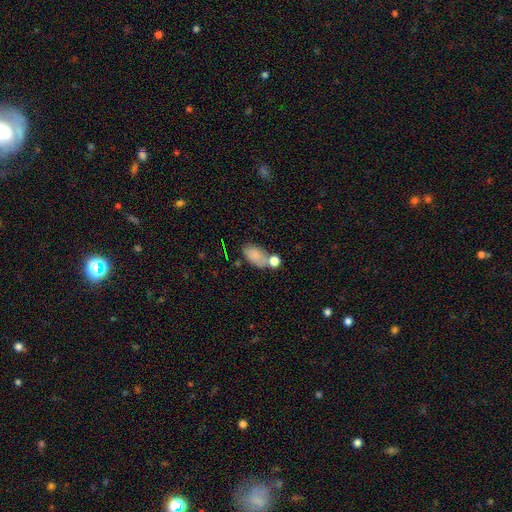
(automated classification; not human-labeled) Smooth or featured?
  - smooth: 77% *
  - featured or disk: 14%
  - star or artifact: 9%
How rounded?
  - in between: 89% *
  - round: 8%
  - cigar-shaped: 3%
Merging?
  - none: 44% *
  - merger: 29%
  - minor disturbance: 18%
  - major disturbance: 9%